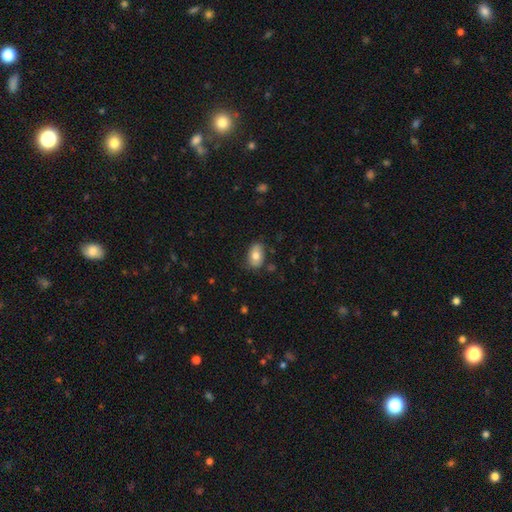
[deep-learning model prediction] A smooth galaxy with no disk features (76%) that is in between round and cigar-shaped (88%). Merging: none (76%).